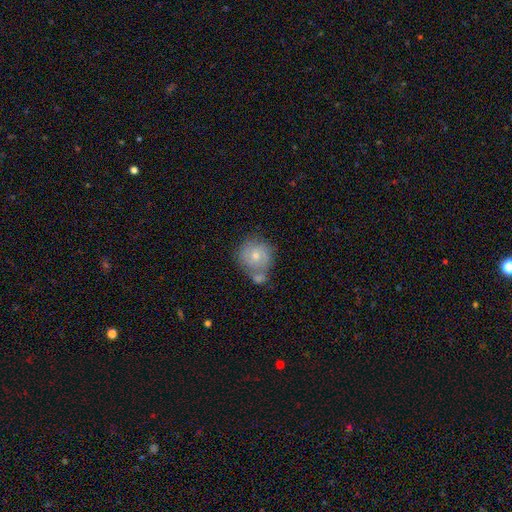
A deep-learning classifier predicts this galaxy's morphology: smooth-or-featured: smooth: 55% | featured or disk: 36% | star or artifact: 10%
  how-rounded: round: 89% | in between: 10% | cigar-shaped: 1%
  merging: none: 52% | merger: 27% | minor disturbance: 15% | major disturbance: 5%